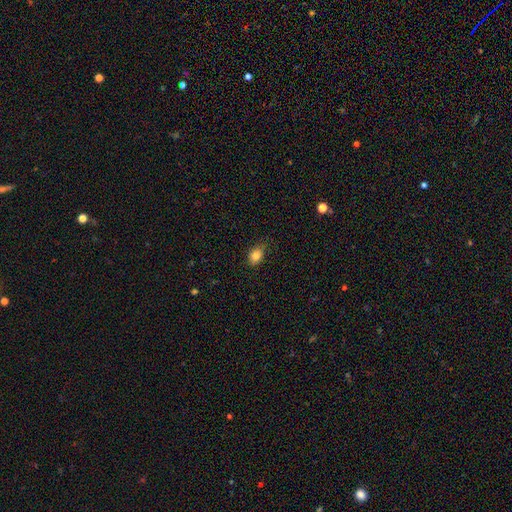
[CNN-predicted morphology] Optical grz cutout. It shows a smooth galaxy with no disk features (83%) that is in between round and cigar-shaped (76%). Merging: none (77%).